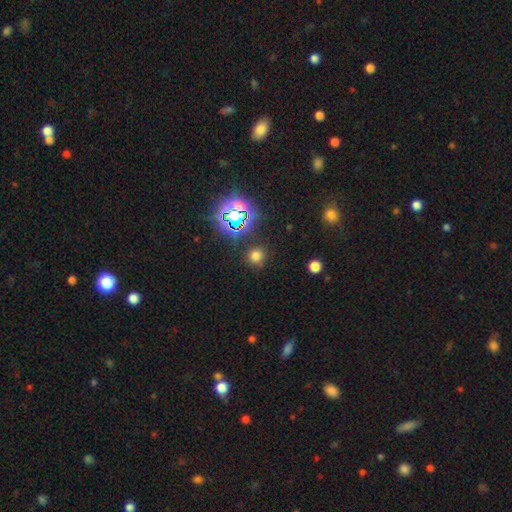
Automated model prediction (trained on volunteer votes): smooth 67%, star or artifact 27%, featured or disk 6%. Down the decision tree: how rounded — round (90%); merging — none (86%).